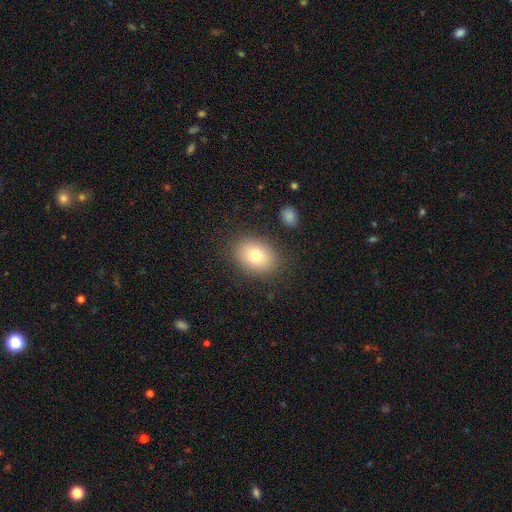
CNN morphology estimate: A smooth galaxy with no disk features (78%) that is in between round and cigar-shaped (68%).

Vote fractions:
- Smooth or featured? smooth: 78% / featured or disk: 12% / star or artifact: 10%
- How rounded? in between: 68% / round: 31% / cigar-shaped: 1%
- Merging? none: 84% / minor disturbance: 10% / major disturbance: 4% / merger: 2%